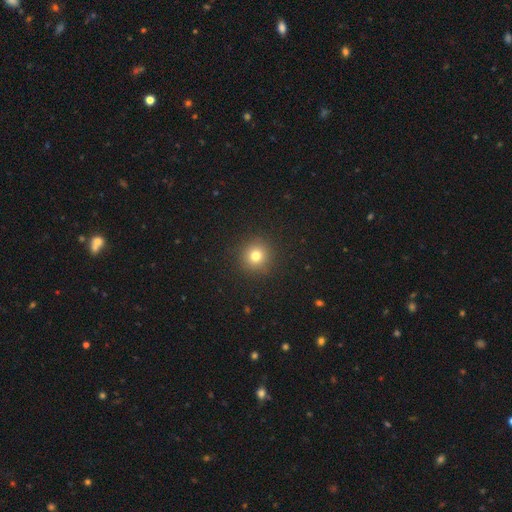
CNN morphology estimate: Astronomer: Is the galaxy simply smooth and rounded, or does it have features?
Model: smooth — 78%.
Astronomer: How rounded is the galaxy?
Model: round — 93%.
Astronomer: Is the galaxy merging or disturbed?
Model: none — 92%.